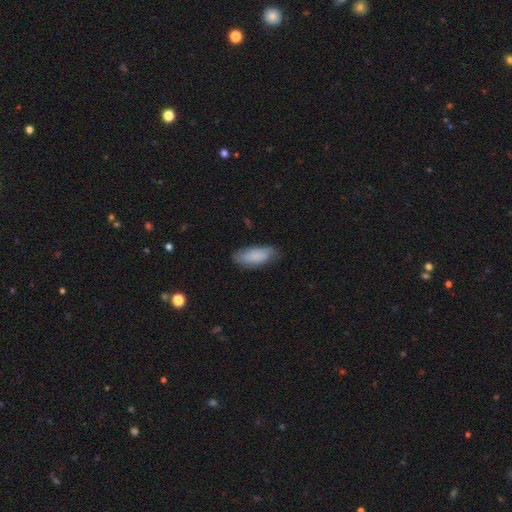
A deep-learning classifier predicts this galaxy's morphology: This is clearly a smooth galaxy (84%). How rounded: likely in between (77%). Merging: likely none (79%).